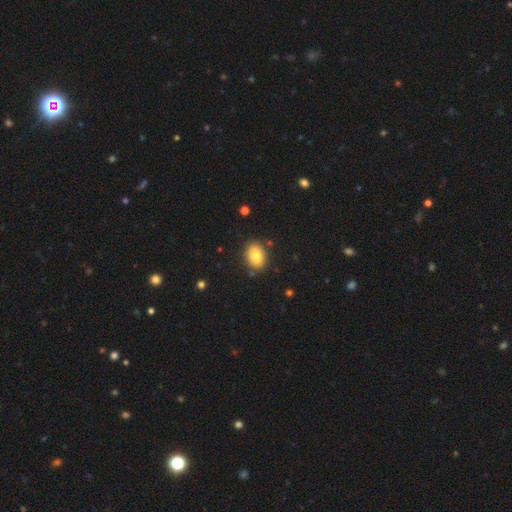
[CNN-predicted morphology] Smooth or featured: smooth — 81% (featured or disk — 10%)
How rounded: in between — 68% (round — 31%)
Merging: none — 86% (minor disturbance — 10%)